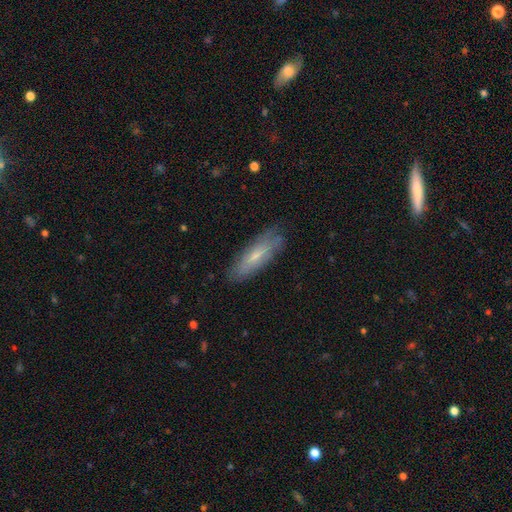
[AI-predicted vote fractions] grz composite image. It shows a smooth galaxy with no disk features (57%) that is cigar-shaped (54%). Merging: none (81%).